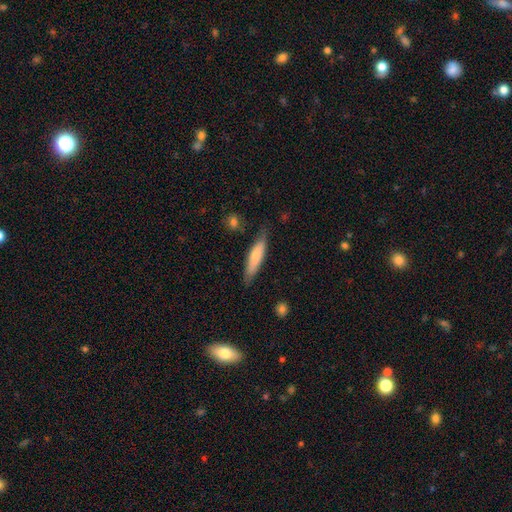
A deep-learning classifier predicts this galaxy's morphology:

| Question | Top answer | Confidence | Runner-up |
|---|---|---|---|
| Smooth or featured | smooth | 71% | featured or disk (24%) |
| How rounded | cigar-shaped | 76% | in between (23%) |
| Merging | none | 76% | minor disturbance (18%) |